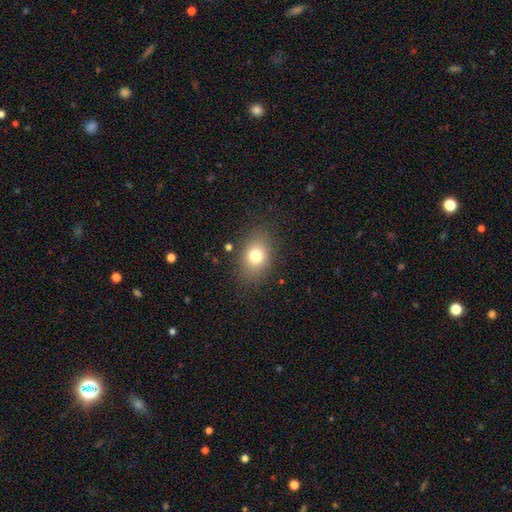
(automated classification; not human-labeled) This appears to be a smooth galaxy with no disk features (77%) that is in between round and cigar-shaped (67%). Merging: none (82%).